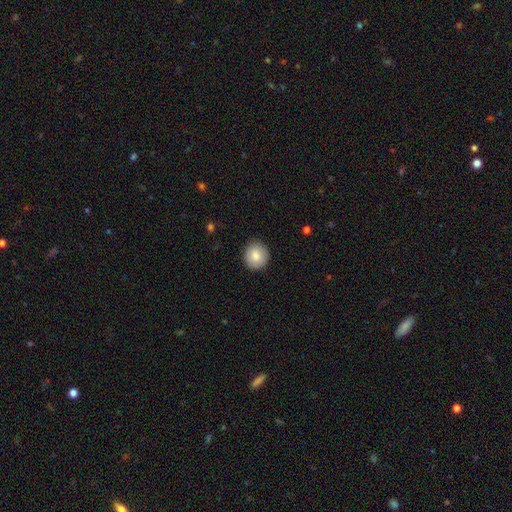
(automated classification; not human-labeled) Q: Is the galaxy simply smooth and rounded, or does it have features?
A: smooth — 84%.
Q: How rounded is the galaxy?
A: round — 90%.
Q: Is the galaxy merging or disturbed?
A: none — 89%.